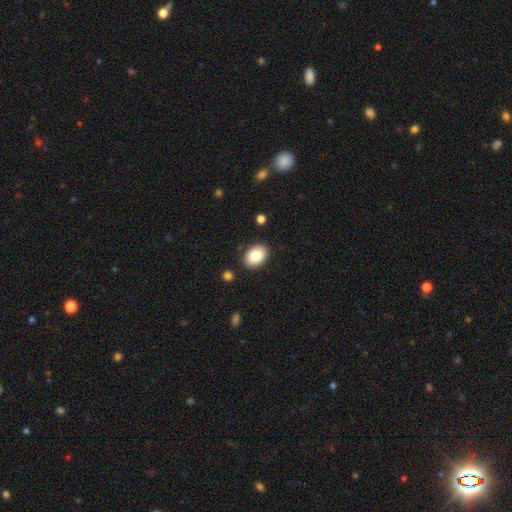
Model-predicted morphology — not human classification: A smooth galaxy with no disk features (83%) that is in between round and cigar-shaped (79%). Merging: none (88%).